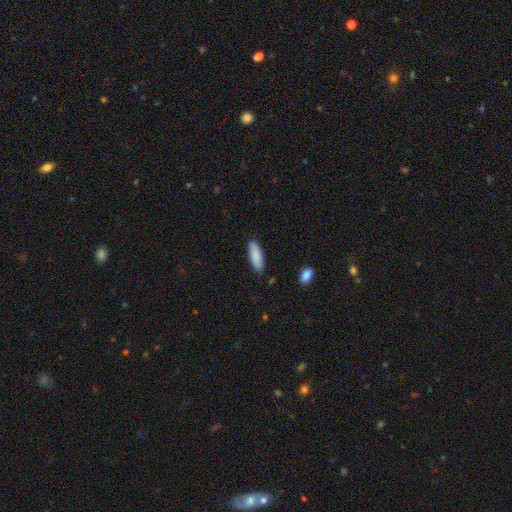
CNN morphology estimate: The model was most divided on "how rounded": in between: 59%, cigar-shaped: 39%, round: 1%. More confident: smooth or featured — smooth (88%); merging — none (85%).